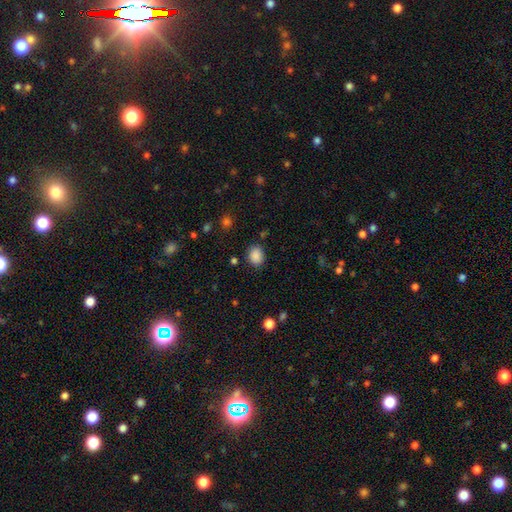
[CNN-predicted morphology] A smooth galaxy with no disk features (87%) that is in between round and cigar-shaped (53%).

Vote fractions:
- Smooth or featured? smooth: 87% / star or artifact: 10% / featured or disk: 3%
- How rounded? in between: 53% / round: 46% / cigar-shaped: 1%
- Merging? none: 84% / minor disturbance: 11% / major disturbance: 3% / merger: 2%